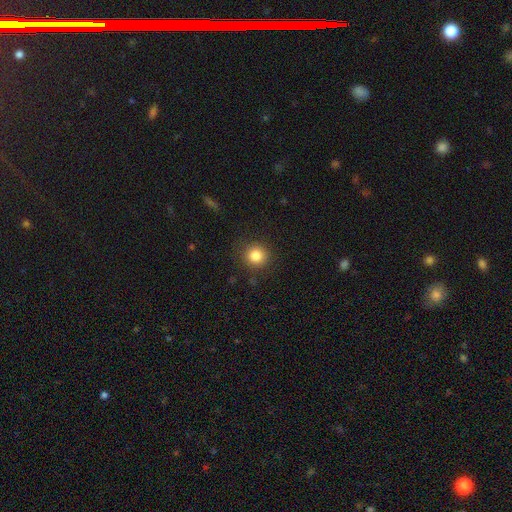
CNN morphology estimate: This is clearly a smooth galaxy (84%). How rounded: clearly round (91%). Merging: clearly none (88%).